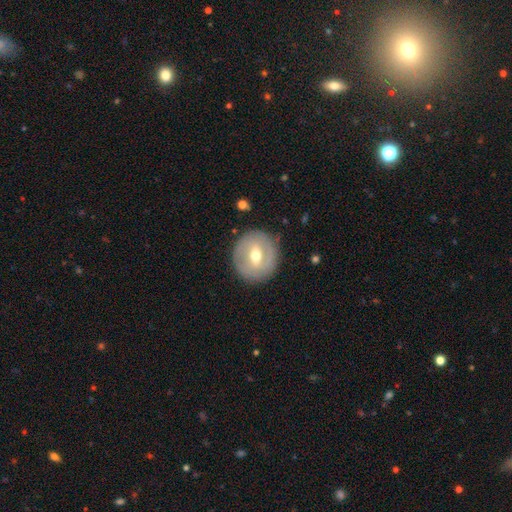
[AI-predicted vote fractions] Smooth or featured? featured or disk (58%)
Edge-on disk? no (93%)
Bar? weak (49%)
Spiral arms? no (61%)
Bulge size? moderate (73%)
Merging? none (85%)